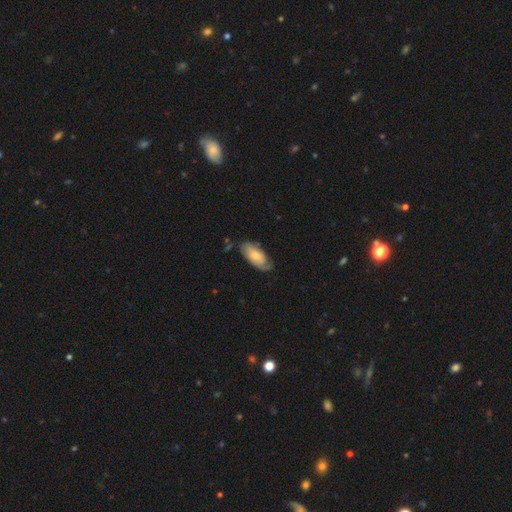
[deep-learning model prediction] This is possibly a smooth galaxy (51%). How rounded: clearly in between (89%). Merging: likely none (61%).